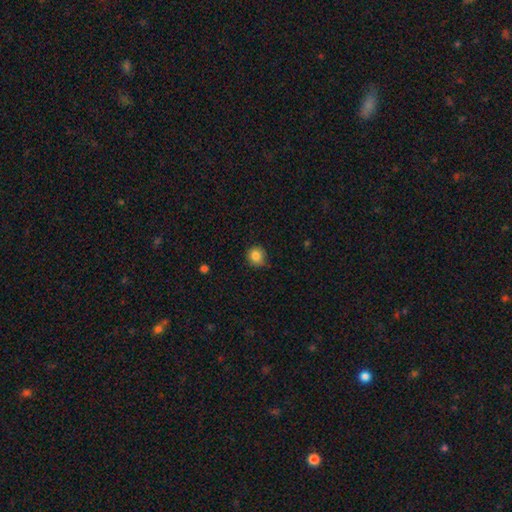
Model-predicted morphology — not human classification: This appears to be a smooth galaxy with no disk features (85%) that is round (86%). Merging: none (74%).